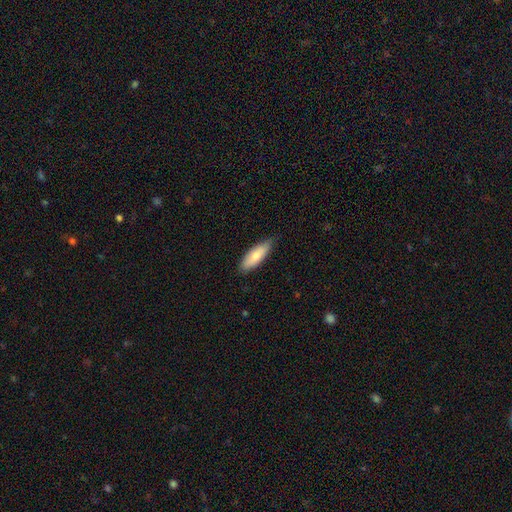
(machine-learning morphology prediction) Q: Smooth or featured?
A: smooth (74%); runner-up: featured or disk (20%)
Q: How rounded?
A: in between (64%); runner-up: cigar-shaped (34%)
Q: Merging?
A: none (77%); runner-up: minor disturbance (20%)